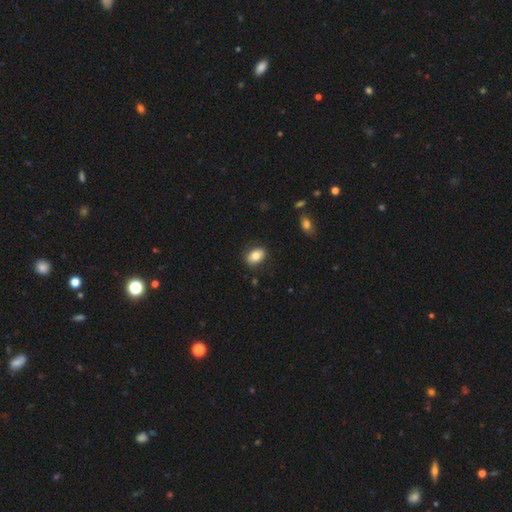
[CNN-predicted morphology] A smooth galaxy with no disk features (80%) that is in between round and cigar-shaped (83%).

Vote fractions:
- Smooth or featured? smooth: 80% / featured or disk: 13% / star or artifact: 8%
- How rounded? in between: 83% / round: 15% / cigar-shaped: 2%
- Merging? none: 86% / minor disturbance: 10% / major disturbance: 2% / merger: 1%